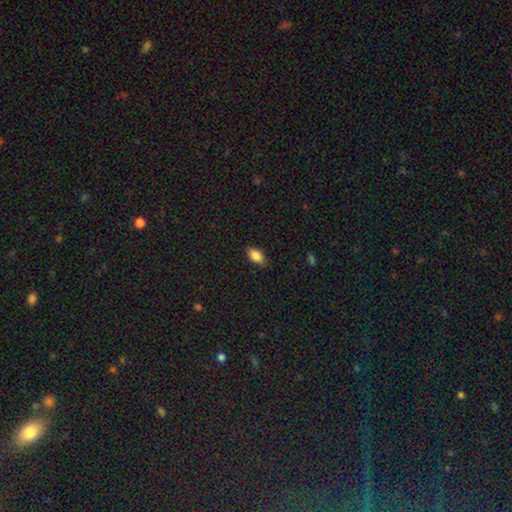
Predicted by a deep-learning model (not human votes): This appears to be a smooth galaxy with no disk features (86%) that is in between round and cigar-shaped (90%). Merging: none (80%).